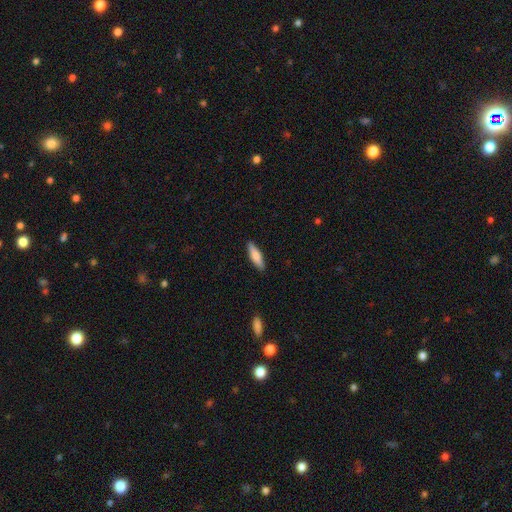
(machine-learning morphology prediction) Q: Smooth or featured?
A: smooth (77%); runner-up: featured or disk (18%)
Q: How rounded?
A: cigar-shaped (62%); runner-up: in between (36%)
Q: Merging?
A: none (89%); runner-up: minor disturbance (8%)